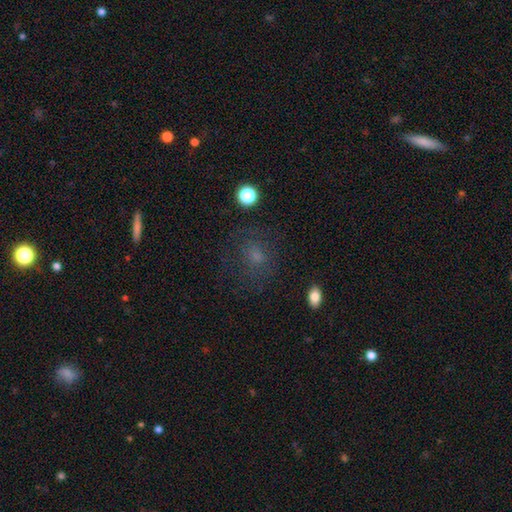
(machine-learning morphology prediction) smooth 55%, star or artifact 24%, featured or disk 21%. Down the decision tree: how rounded — round (71%); merging — none (71%).